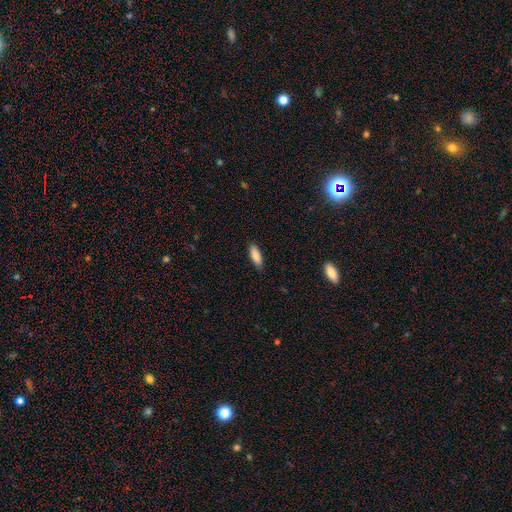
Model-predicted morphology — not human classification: smooth-or-featured: smooth: 85% | featured or disk: 8% | star or artifact: 6%
  how-rounded: in between: 60% | cigar-shaped: 39% | round: 2%
  merging: none: 87% | minor disturbance: 10% | major disturbance: 2% | merger: 1%